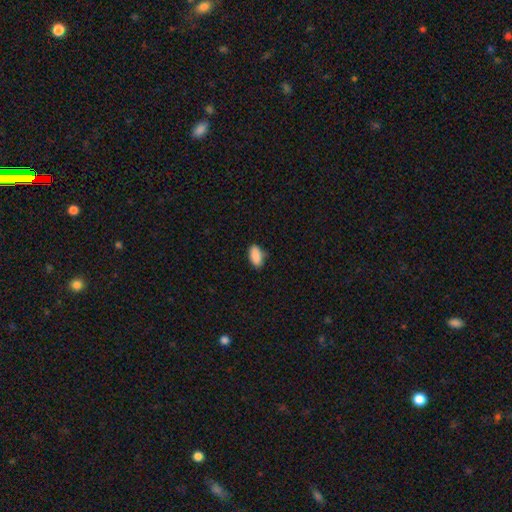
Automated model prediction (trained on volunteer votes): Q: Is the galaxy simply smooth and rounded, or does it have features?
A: smooth — 89%.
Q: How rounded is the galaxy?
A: in between — 92%.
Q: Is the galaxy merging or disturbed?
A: none — 80%.